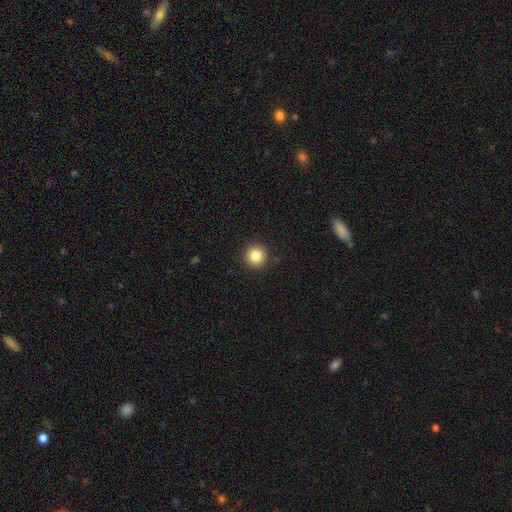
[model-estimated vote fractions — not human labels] This appears to be a smooth galaxy with no disk features (85%) that is round (95%). Merging: none (92%).